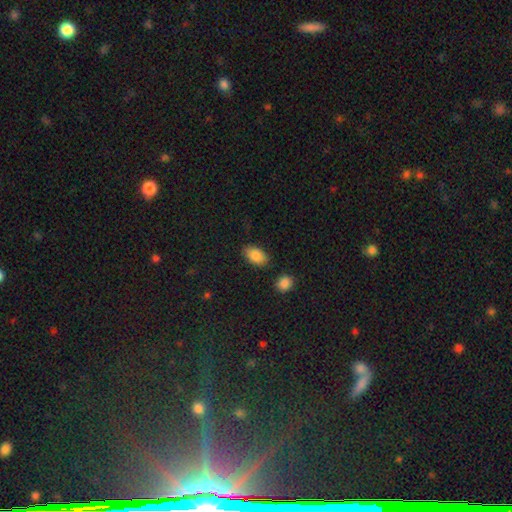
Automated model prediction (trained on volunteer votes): Overall: smooth (86%). How rounded: in between (91%). Merging: none (83%).